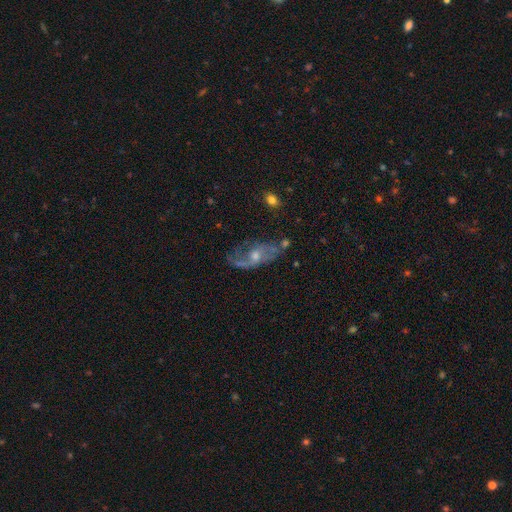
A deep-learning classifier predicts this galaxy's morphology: Smooth or featured: featured or disk — 74% (smooth — 16%)
Edge-on disk: no — 89% (yes — 11%)
Bar: no — 62% (weak — 32%)
Spiral arms: yes — 81% (no — 19%)
Spiral winding: loose — 49% (medium — 36%)
Spiral arm count: 2 — 68% (can't tell — 16%)
Bulge size: moderate — 57% (small — 34%)
Merging: none — 57% (minor disturbance — 22%)